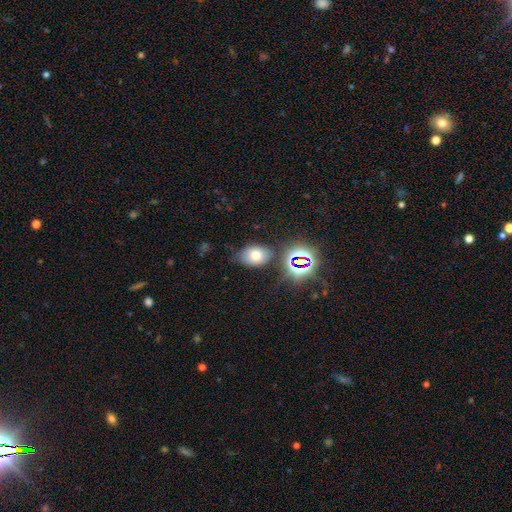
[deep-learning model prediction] smooth-or-featured: smooth: 67% | star or artifact: 19% | featured or disk: 14%
  how-rounded: in between: 77% | round: 21% | cigar-shaped: 1%
  merging: none: 75% | minor disturbance: 15% | merger: 5% | major disturbance: 5%